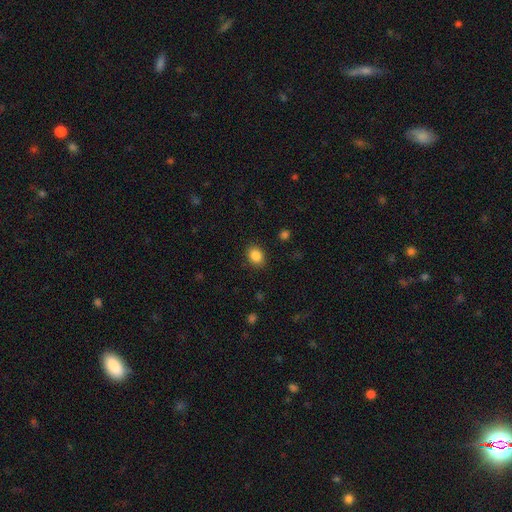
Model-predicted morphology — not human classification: A smooth galaxy with no disk features (87%) that is in between round and cigar-shaped (62%).

Vote fractions:
- Smooth or featured? smooth: 87% / star or artifact: 9% / featured or disk: 4%
- How rounded? in between: 62% / round: 37% / cigar-shaped: 1%
- Merging? none: 87% / minor disturbance: 9% / major disturbance: 3% / merger: 1%